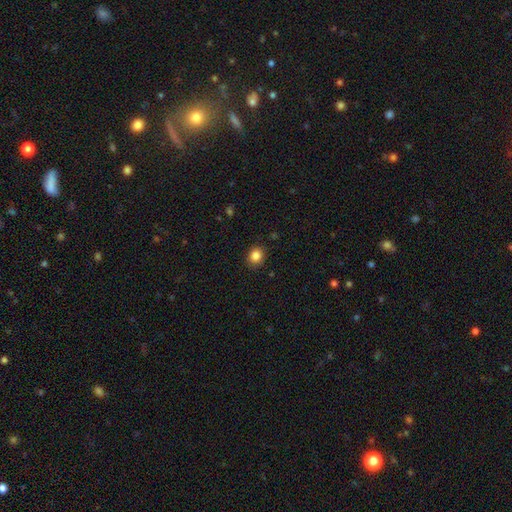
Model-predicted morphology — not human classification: A smooth galaxy with no disk features (85%) that is round (70%). Merging: none (88%).